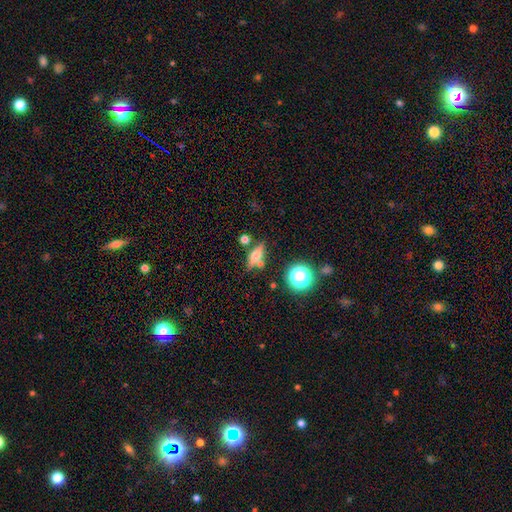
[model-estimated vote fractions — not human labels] smooth-or-featured: smooth: 50% | featured or disk: 37% | star or artifact: 13%
  merging: none: 71% | minor disturbance: 14% | merger: 11% | major disturbance: 5%